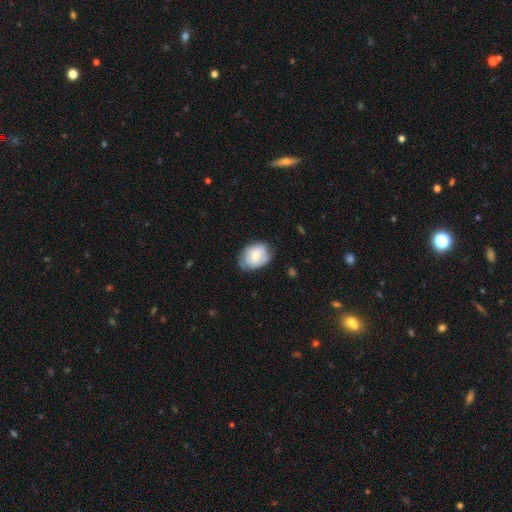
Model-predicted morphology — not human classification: Smooth or featured? smooth (63%)
How rounded? in between (65%)
Merging? none (64%)